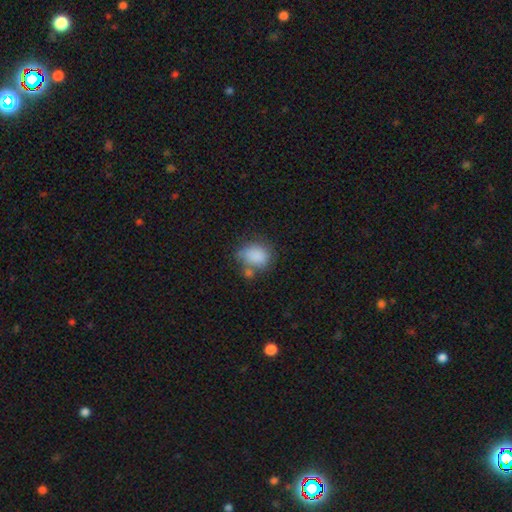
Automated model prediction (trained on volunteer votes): Smooth or featured? smooth (83%)
How rounded? in between (53%)
Merging? none (50%)